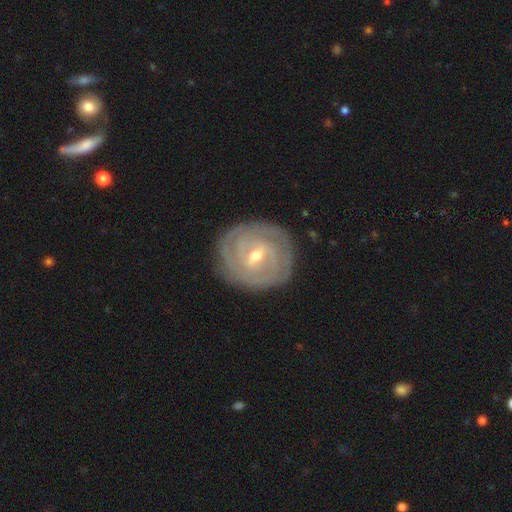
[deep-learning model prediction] Smooth or featured: featured or disk — 87% (smooth — 7%)
Edge-on disk: no — 97% (yes — 3%)
Bar: weak — 51% (strong — 26%)
Spiral arms: yes — 96% (no — 4%)
Spiral winding: tight — 85% (medium — 13%)
Spiral arm count: 2 — 28% (can't tell — 27%)
Bulge size: small — 50% (moderate — 47%)
Merging: none — 85% (minor disturbance — 11%)